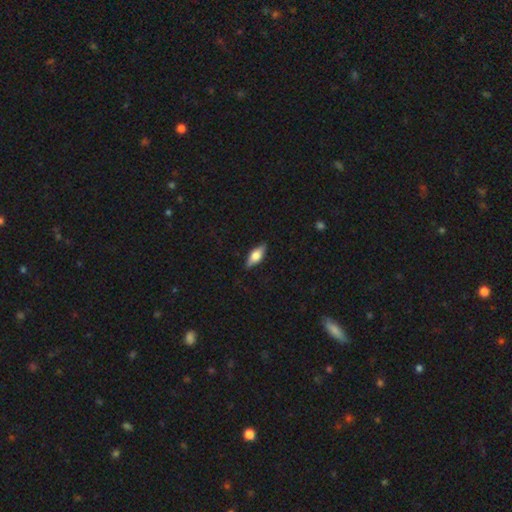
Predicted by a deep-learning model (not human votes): Smooth or featured: smooth — 57% (featured or disk — 36%)
How rounded: in between — 73% (cigar-shaped — 24%)
Merging: none — 85% (minor disturbance — 12%)